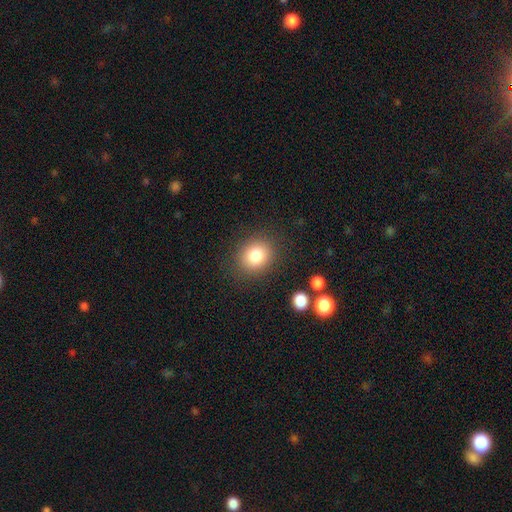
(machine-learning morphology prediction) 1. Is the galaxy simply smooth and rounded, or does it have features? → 82% smooth, 10% star or artifact, 7% featured or disk.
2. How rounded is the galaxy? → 73% round, 26% in between, 1% cigar-shaped.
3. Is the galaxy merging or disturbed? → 86% none, 9% minor disturbance, 4% major disturbance, 2% merger.